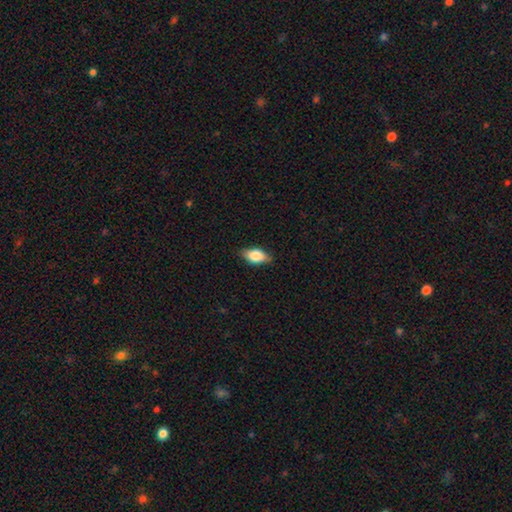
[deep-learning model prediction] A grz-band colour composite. It shows a smooth galaxy with no disk features (75%) that is in between round and cigar-shaped (87%). Merging: none (81%).